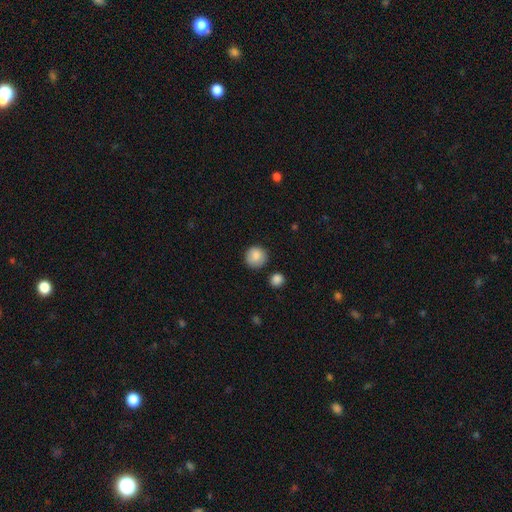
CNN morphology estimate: smooth 86%, star or artifact 8%, featured or disk 6%. Down the decision tree: how rounded — round (92%); merging — none (83%).